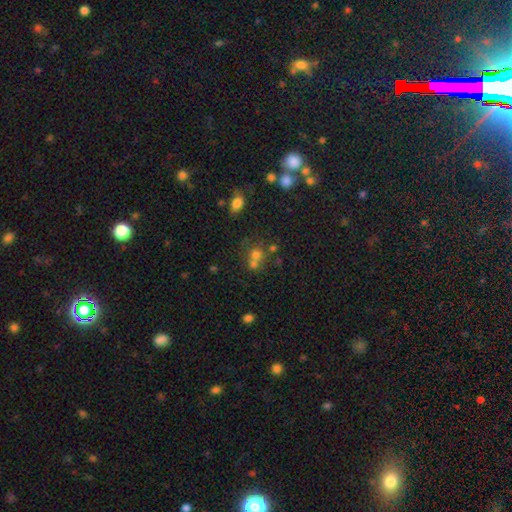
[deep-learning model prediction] Q: Smooth or featured?
A: smooth (58%); runner-up: star or artifact (26%)
Q: How rounded?
A: round (80%); runner-up: in between (19%)
Q: Merging?
A: none (44%); tied with: merger (44%)